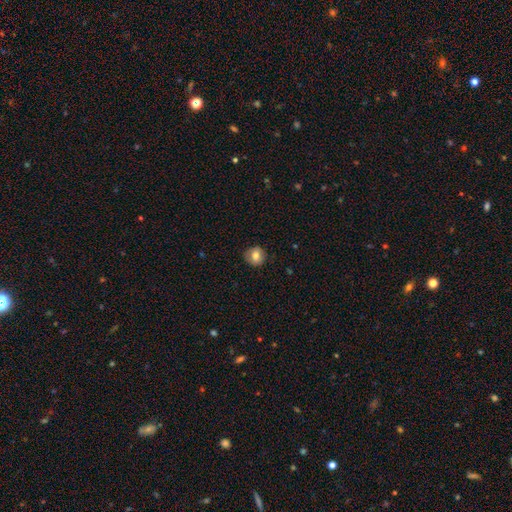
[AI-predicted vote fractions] smooth_or_featured: smooth (p=0.75) [alt: featured or disk p=0.16]
how_rounded: round (p=0.89) [alt: in between p=0.11]
merging: none (p=0.85) [alt: minor disturbance p=0.11]